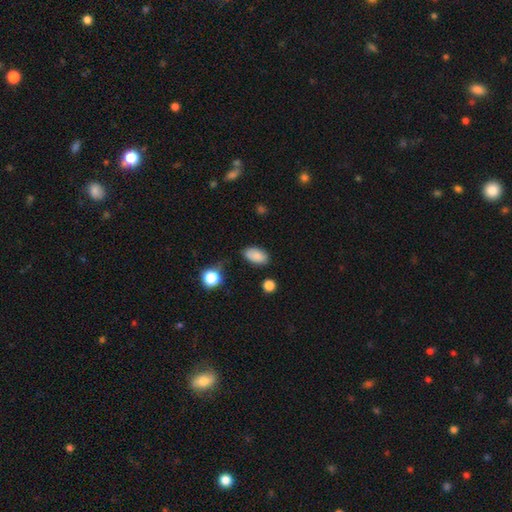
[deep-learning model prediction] The model was most divided on "merging": none: 77%, minor disturbance: 17%, major disturbance: 4%, merger: 2%. More confident: how rounded — in between (93%); smooth or featured — smooth (86%).